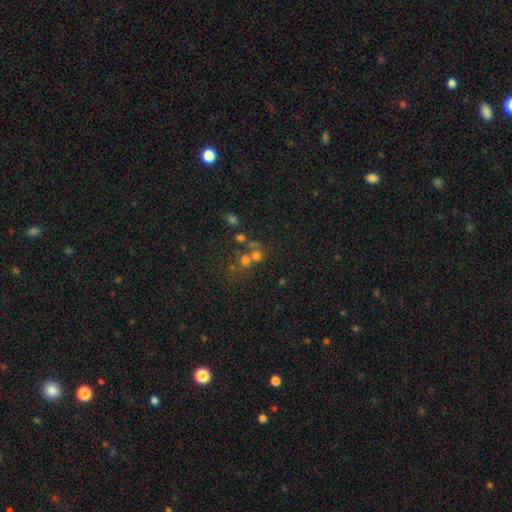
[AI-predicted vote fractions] Morphology: type=smooth (52%); roundness=round (79%); merging=merger (45%).